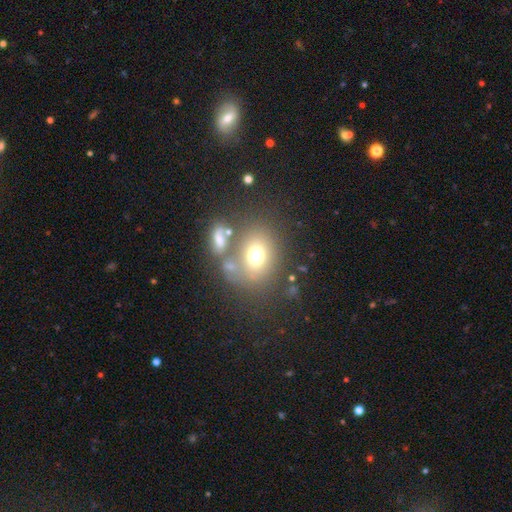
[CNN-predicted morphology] Smooth or featured: smooth — 69% (featured or disk — 16%)
How rounded: round — 51% (in between — 48%)
Merging: none — 55% (merger — 22%)